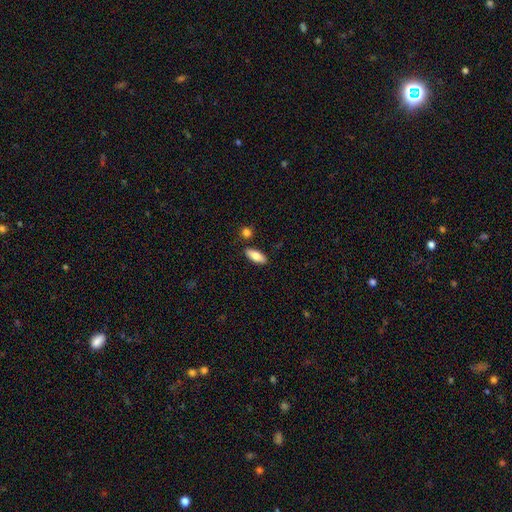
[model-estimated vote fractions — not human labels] The model was most divided on "how rounded": in between: 78%, cigar-shaped: 20%, round: 2%. More confident: merging — none (84%); smooth or featured — smooth (79%).